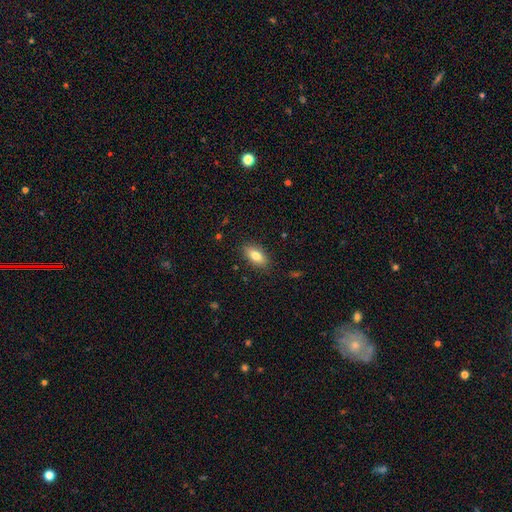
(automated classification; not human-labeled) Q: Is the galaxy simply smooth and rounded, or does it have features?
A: smooth — 79%.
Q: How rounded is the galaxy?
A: in between — 85%.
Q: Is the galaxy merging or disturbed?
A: none — 86%.